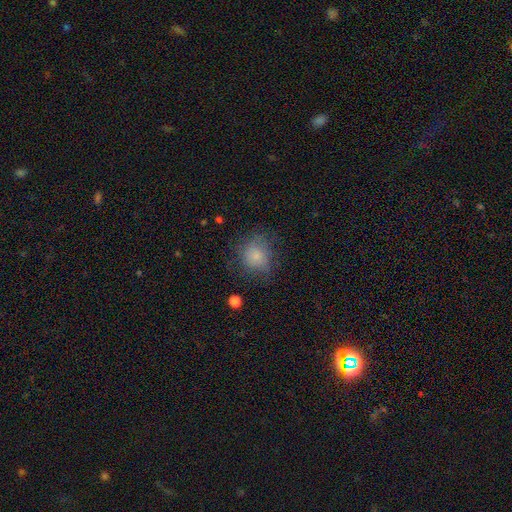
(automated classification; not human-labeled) The model was most divided on "merging": none: 61%, minor disturbance: 24%, major disturbance: 14%, merger: 2%. More confident: how rounded — round (78%); smooth or featured — smooth (76%).